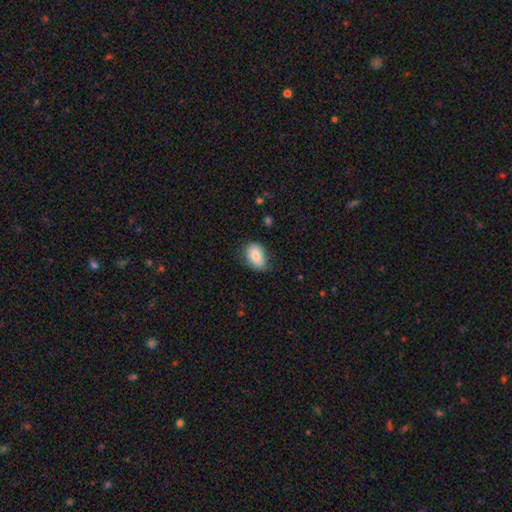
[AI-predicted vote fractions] Smooth or featured? smooth (82%)
How rounded? in between (86%)
Merging? none (70%)